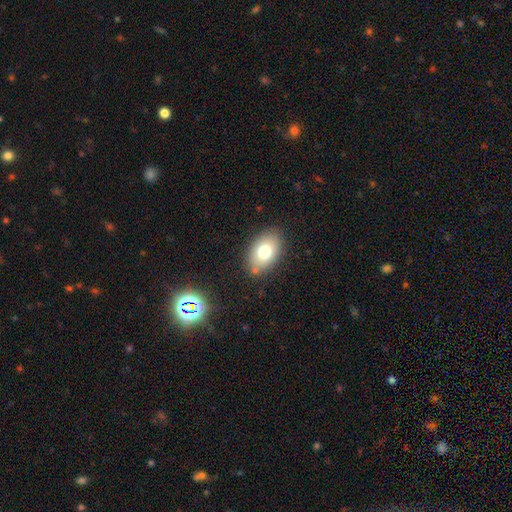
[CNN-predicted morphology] Smooth or featured? smooth (65%)
How rounded? in between (78%)
Merging? none (88%)